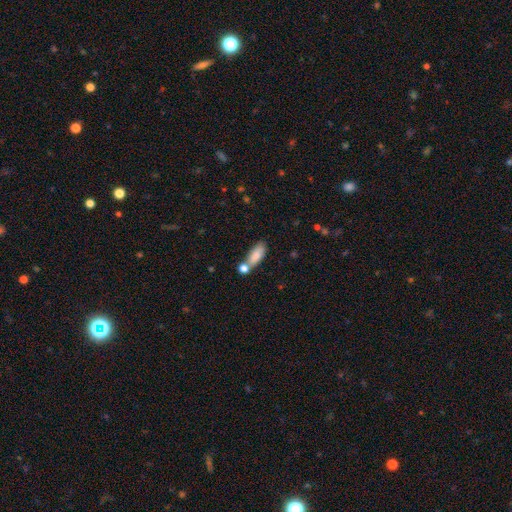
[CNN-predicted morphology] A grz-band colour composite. It shows a smooth galaxy with no disk features (83%) that is in between round and cigar-shaped (69%). Merging: none (50%).